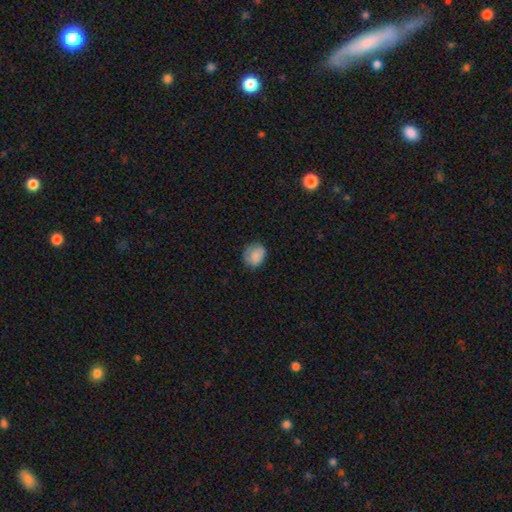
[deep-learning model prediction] Smooth or featured: smooth — 82% (featured or disk — 9%)
How rounded: round — 59% (in between — 40%)
Merging: none — 66% (minor disturbance — 25%)